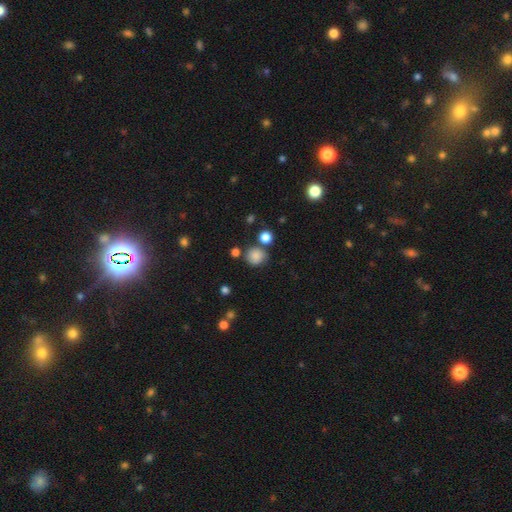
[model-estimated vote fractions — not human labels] Smooth or featured?
  - smooth: 82% *
  - star or artifact: 11%
  - featured or disk: 7%
How rounded?
  - round: 86% *
  - in between: 13%
  - cigar-shaped: 1%
Merging?
  - none: 72% *
  - minor disturbance: 13%
  - merger: 10%
  - major disturbance: 4%